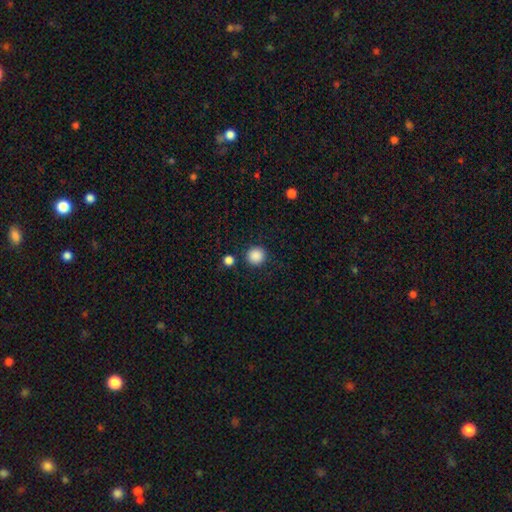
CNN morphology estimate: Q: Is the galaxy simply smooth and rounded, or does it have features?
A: smooth — 87%.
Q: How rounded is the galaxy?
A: round — 92%.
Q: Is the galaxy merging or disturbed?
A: none — 87%.